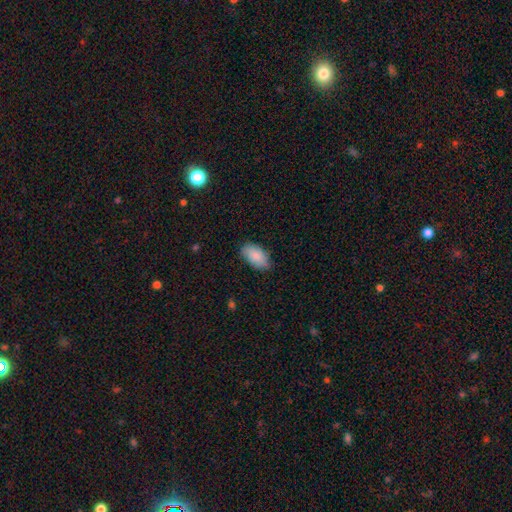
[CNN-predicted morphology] A smooth galaxy with no disk features (87%) that is in between round and cigar-shaped (95%). Merging: none (80%).